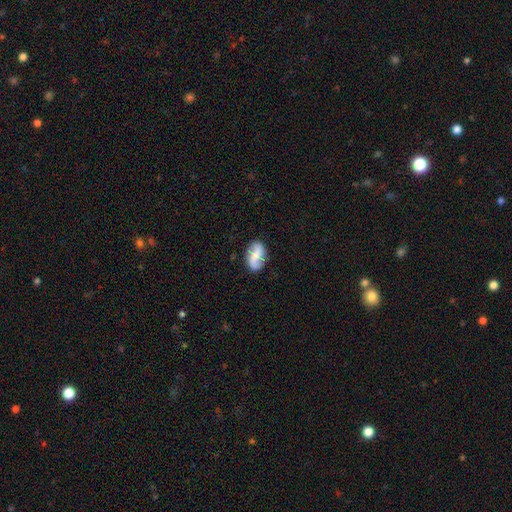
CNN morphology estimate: A featured or disk galaxy (60%) with no bar (42%), 2 (89%) loose (63%) spiral arms (91%) and a small central bulge (41%). Merging: none (79%).